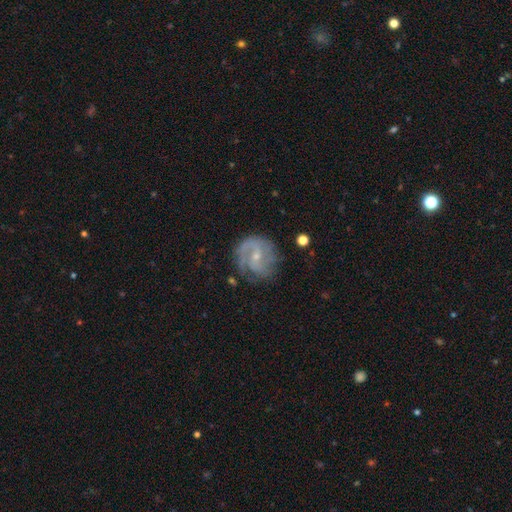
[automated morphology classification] Smooth or featured? Predicted: featured or disk (p=0.81). Edge-on disk? Predicted: no (p=0.98). Bar? Predicted: no (p=0.46). Spiral arms? Predicted: yes (p=0.94). Spiral winding? Predicted: medium (p=0.44). Spiral arm count? Predicted: 2 (p=0.49). Bulge size? Predicted: small (p=0.71). Merging? Predicted: none (p=0.68).